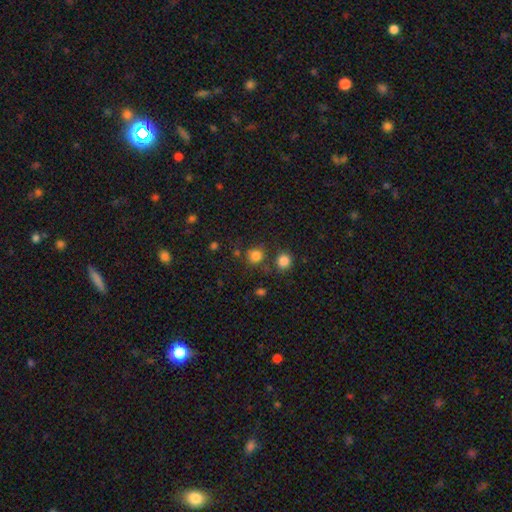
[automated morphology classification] Smooth or featured? Predicted: smooth (p=0.81). How rounded? Predicted: round (p=0.90). Merging? Predicted: none (p=0.75).